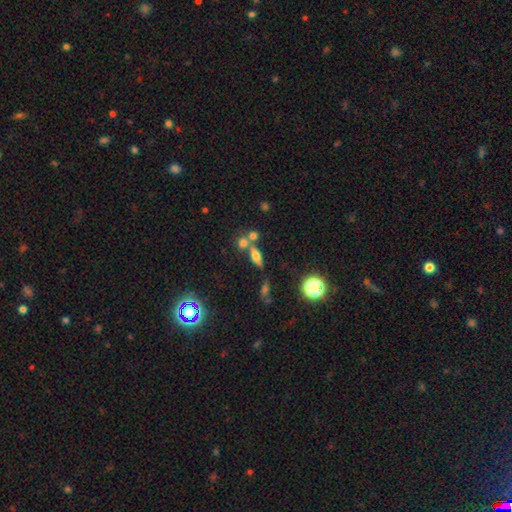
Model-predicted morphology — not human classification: smooth_or_featured: smooth (p=0.58) [alt: featured or disk p=0.25]
how_rounded: in between (p=0.54) [alt: cigar-shaped p=0.32]
merging: none (p=0.52) [alt: merger p=0.33]